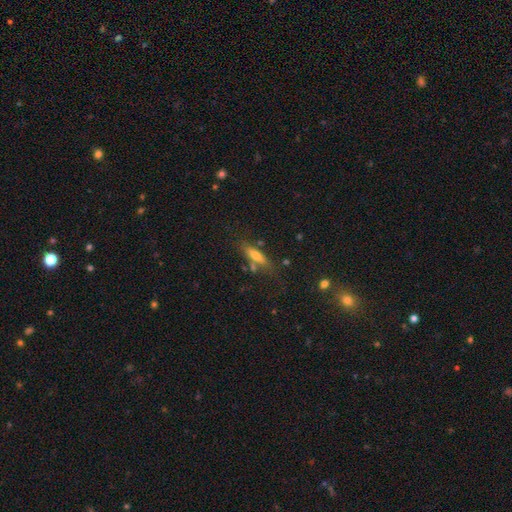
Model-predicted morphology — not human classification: type=smooth (49%); merging=none (71%).